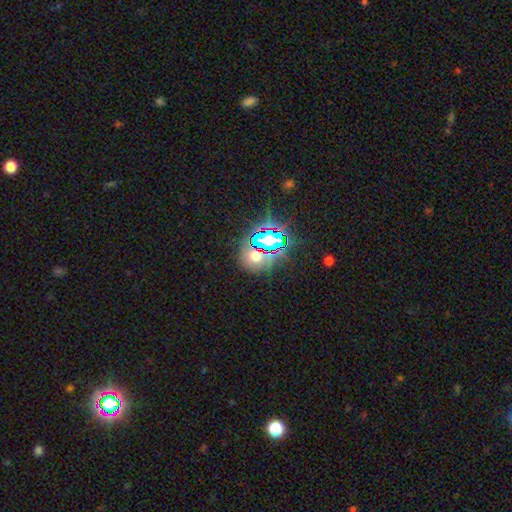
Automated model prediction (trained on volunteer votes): The model was most divided on "smooth or featured": star or artifact: 49%, smooth: 39%, featured or disk: 12%.